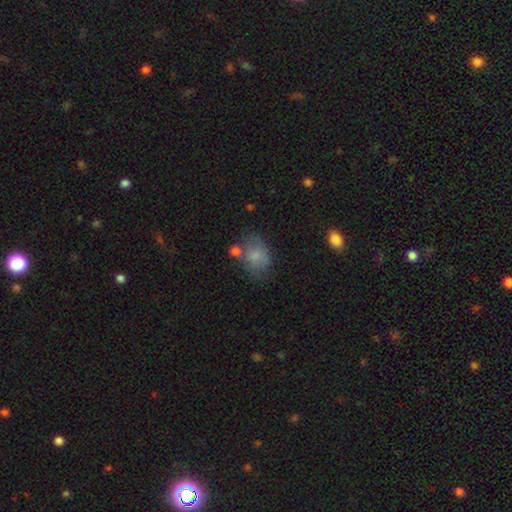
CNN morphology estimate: Q: Smooth or featured?
A: smooth (75%); runner-up: featured or disk (16%)
Q: How rounded?
A: in between (65%); runner-up: round (34%)
Q: Merging?
A: none (46%); runner-up: minor disturbance (26%)